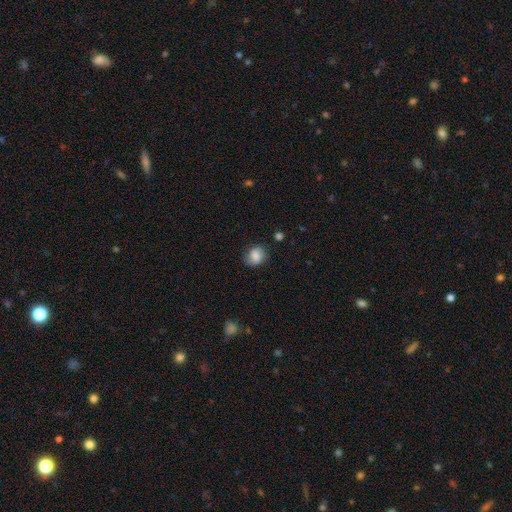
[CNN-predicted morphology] smooth-or-featured: smooth: 81% | featured or disk: 10% | star or artifact: 9%
  how-rounded: round: 53% | in between: 46% | cigar-shaped: 1%
  merging: none: 75% | minor disturbance: 18% | major disturbance: 5% | merger: 2%